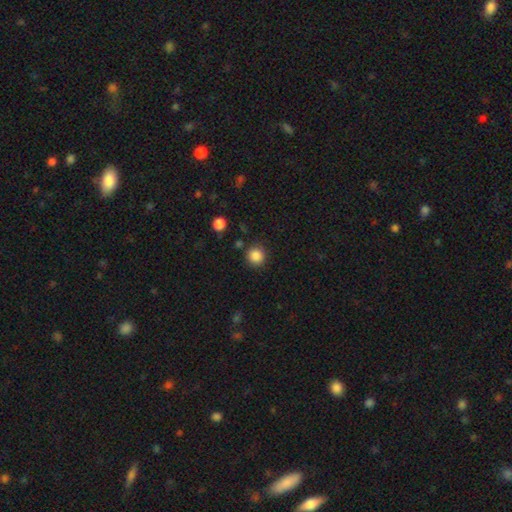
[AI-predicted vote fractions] A smooth galaxy with no disk features (86%) that is round (92%). Merging: none (88%).